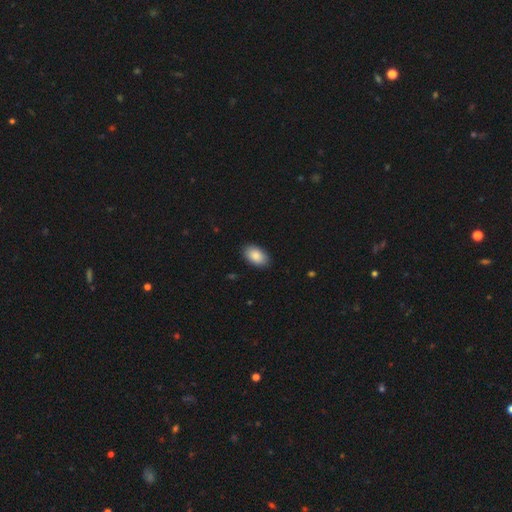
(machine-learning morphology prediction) Smooth or featured?
  - smooth: 87% *
  - featured or disk: 7%
  - star or artifact: 6%
How rounded?
  - in between: 93% *
  - round: 5%
  - cigar-shaped: 1%
Merging?
  - none: 88% *
  - minor disturbance: 9%
  - major disturbance: 2%
  - merger: 1%